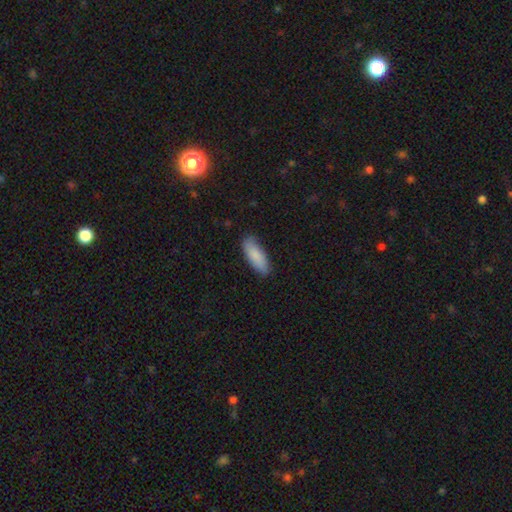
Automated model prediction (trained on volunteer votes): Smooth or featured? Predicted: smooth (p=0.87). How rounded? Predicted: in between (p=0.66). Merging? Predicted: none (p=0.83).